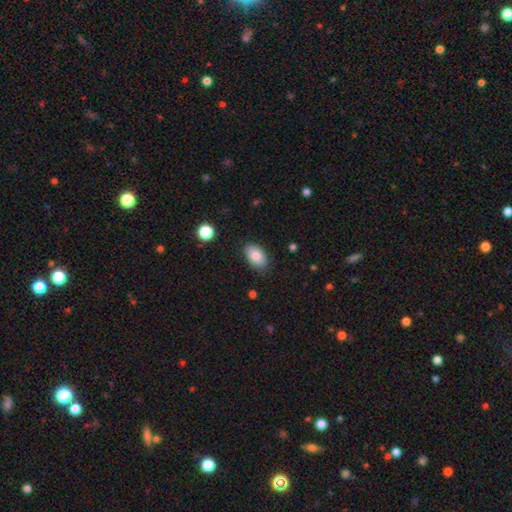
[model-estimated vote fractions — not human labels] A smooth galaxy with no disk features (83%) that is in between round and cigar-shaped (91%). Merging: none (83%).